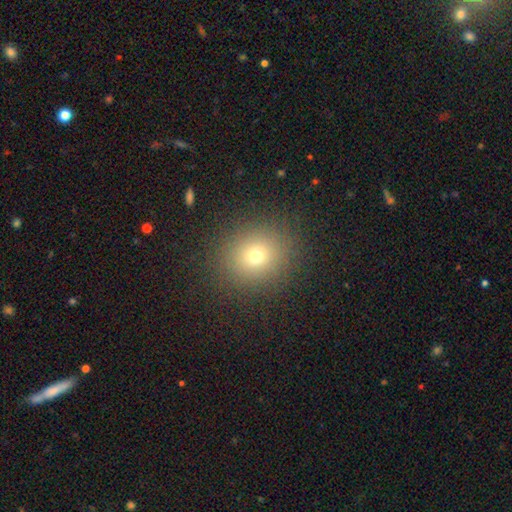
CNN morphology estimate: smooth 70%, star or artifact 20%, featured or disk 10%. Down the decision tree: how rounded — round (83%); merging — none (87%).